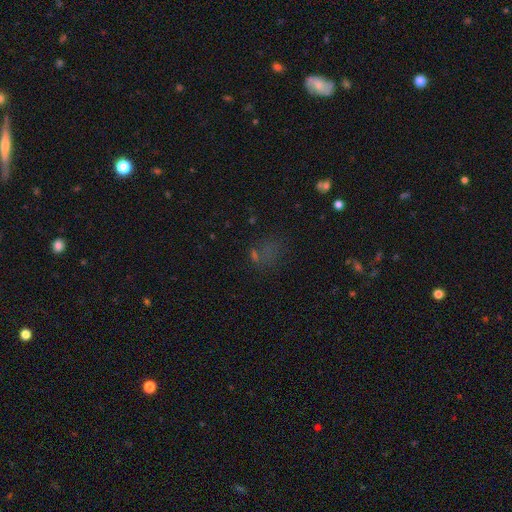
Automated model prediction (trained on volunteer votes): Smooth or featured? Predicted: smooth (p=0.43). Merging? Predicted: none (p=0.53).